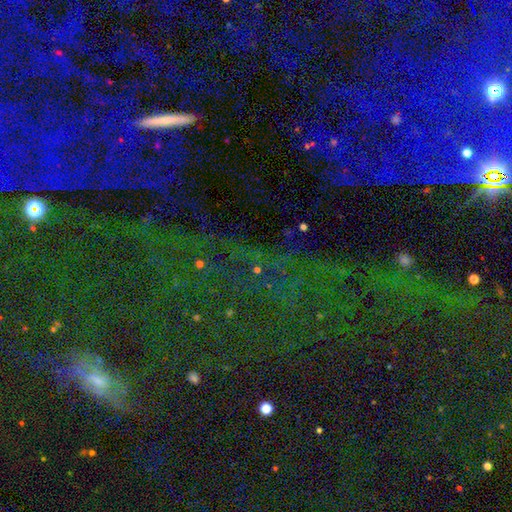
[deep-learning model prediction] This appears to be a star or artifact, not a galaxy (76%).